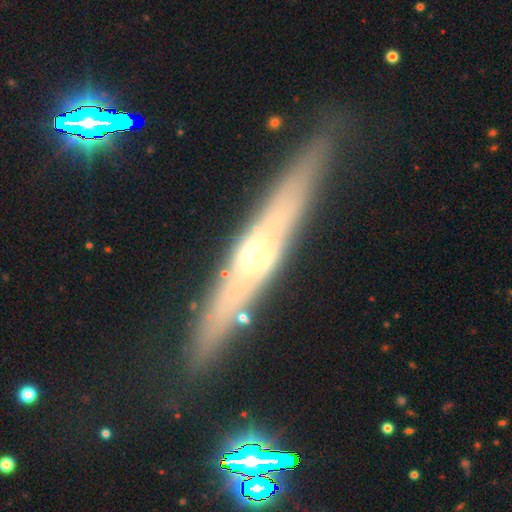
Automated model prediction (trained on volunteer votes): The model was most divided on "smooth or featured": featured or disk: 68%, smooth: 22%, star or artifact: 9%. More confident: edge-on disk — yes (89%); merging — none (86%); edge-on bulge — rounded (79%).